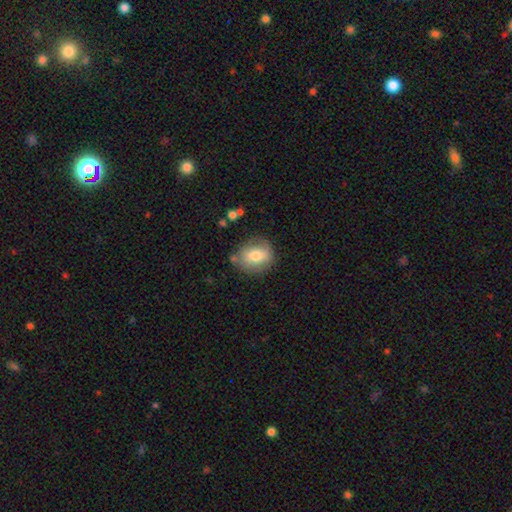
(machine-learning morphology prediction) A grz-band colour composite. It shows a smooth galaxy with no disk features (69%) that is round (67%). Merging: none (73%).